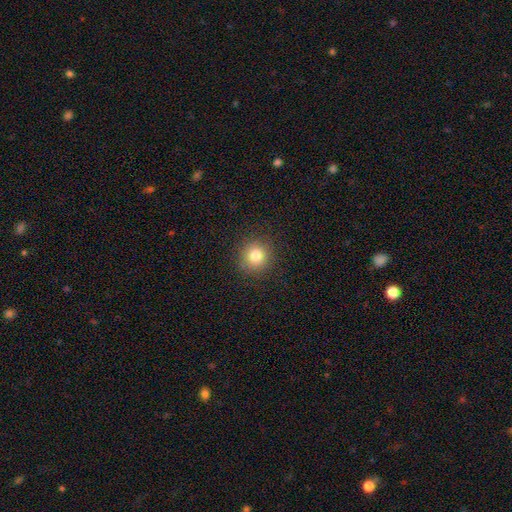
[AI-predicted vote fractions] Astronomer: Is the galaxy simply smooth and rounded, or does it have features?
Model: smooth — 81%.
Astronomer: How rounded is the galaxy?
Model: round — 92%.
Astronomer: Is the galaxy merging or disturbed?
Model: none — 89%.